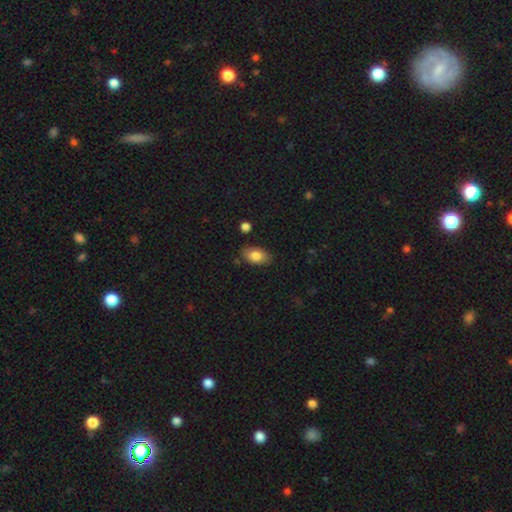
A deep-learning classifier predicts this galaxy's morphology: This is clearly a smooth galaxy (83%). How rounded: clearly in between (93%). Merging: clearly none (82%).